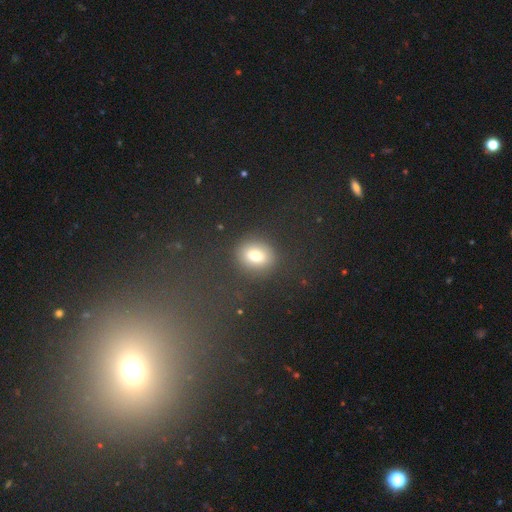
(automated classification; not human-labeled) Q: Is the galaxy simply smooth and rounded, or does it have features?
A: smooth — 74%.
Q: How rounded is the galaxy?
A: round — 58%.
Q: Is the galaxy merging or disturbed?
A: none — 84%.